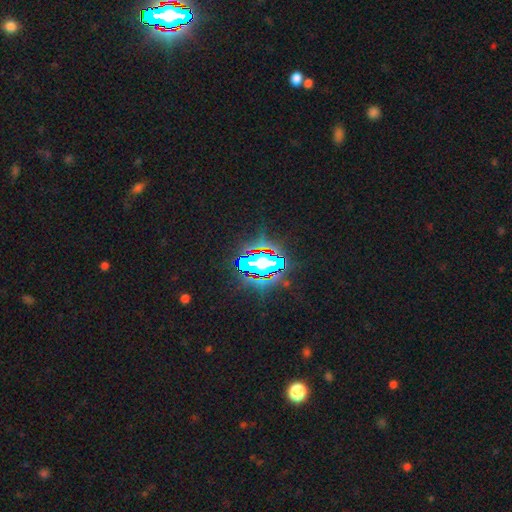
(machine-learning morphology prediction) star or artifact 67%, smooth 18%, featured or disk 15%.